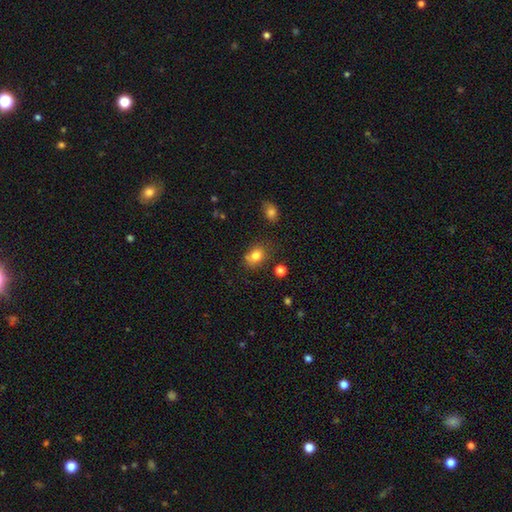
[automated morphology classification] Smooth or featured? Predicted: smooth (p=0.80). How rounded? Predicted: in between (p=0.56). Merging? Predicted: none (p=0.67).